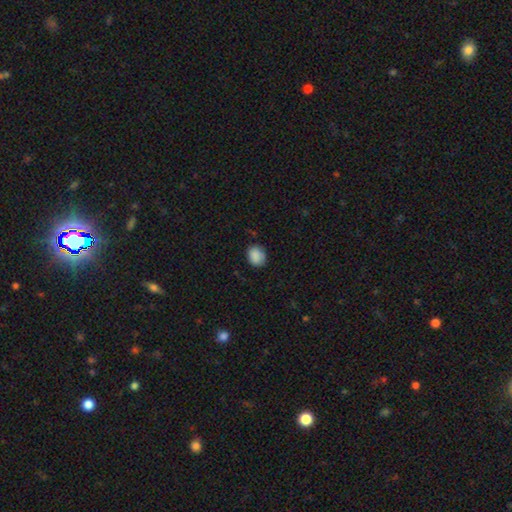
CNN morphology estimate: Q: Smooth or featured?
A: smooth (88%); runner-up: star or artifact (8%)
Q: How rounded?
A: round (58%); runner-up: in between (41%)
Q: Merging?
A: none (78%); runner-up: minor disturbance (17%)